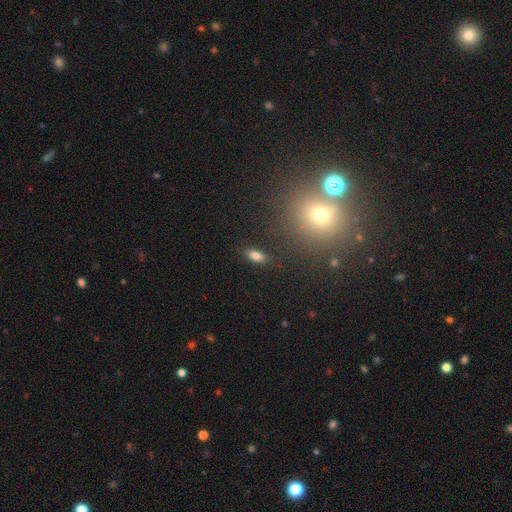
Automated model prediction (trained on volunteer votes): Overall: smooth (81%). How rounded: in between (83%). Merging: none (86%).